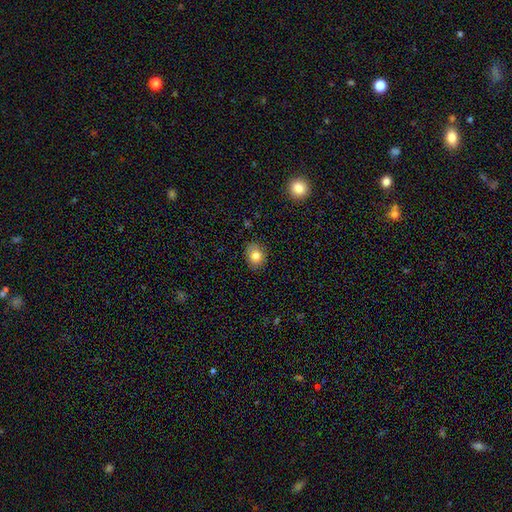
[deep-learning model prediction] smooth_or_featured: smooth (p=0.81) [alt: star or artifact p=0.10]
how_rounded: in between (p=0.52) [alt: round p=0.47]
merging: none (p=0.86) [alt: minor disturbance p=0.11]